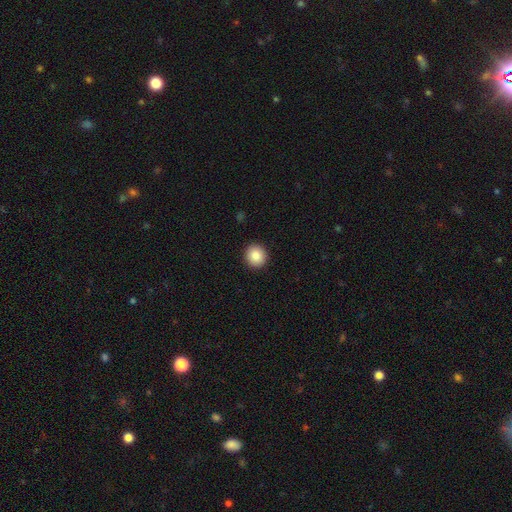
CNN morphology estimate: type=smooth (87%); roundness=round (92%); merging=none (93%).